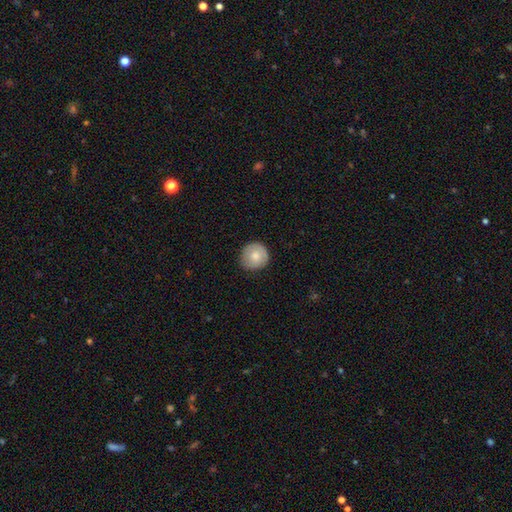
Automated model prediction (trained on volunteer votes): This appears to be a smooth galaxy with no disk features (74%) that is round (91%). Merging: none (82%).